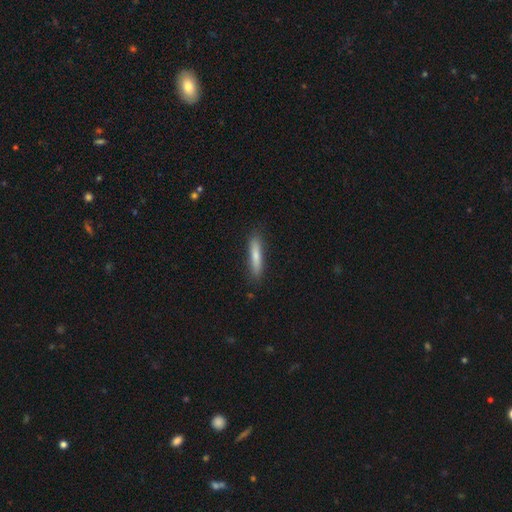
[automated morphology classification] smooth 74%, featured or disk 20%, star or artifact 6%. Down the decision tree: how rounded — cigar-shaped (86%); merging — none (85%).